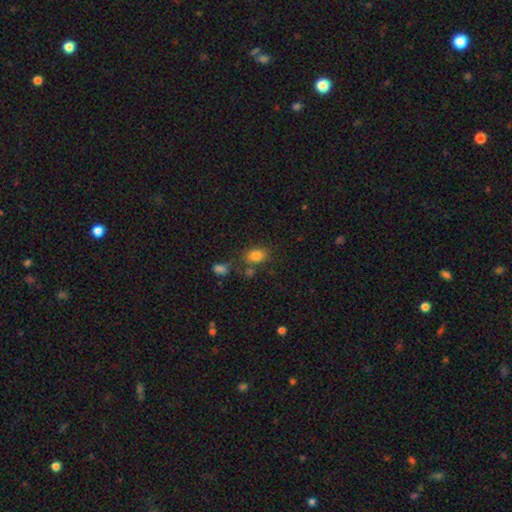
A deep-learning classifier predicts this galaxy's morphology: Smooth or featured?
  - smooth: 82% *
  - star or artifact: 11%
  - featured or disk: 7%
How rounded?
  - in between: 77% *
  - round: 22%
  - cigar-shaped: 1%
Merging?
  - none: 66% *
  - minor disturbance: 15%
  - merger: 13%
  - major disturbance: 6%